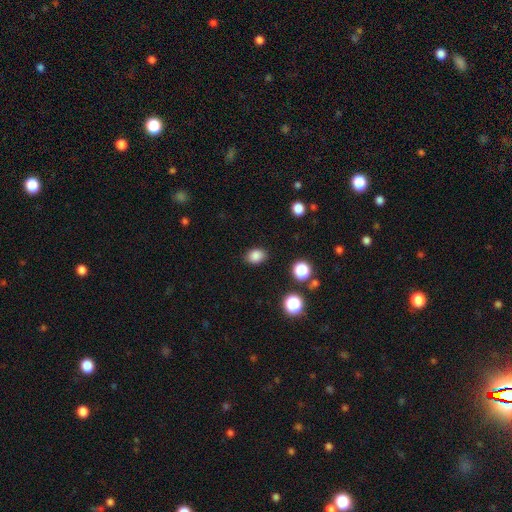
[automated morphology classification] This appears to be a smooth galaxy with no disk features (84%) that is in between round and cigar-shaped (65%). Merging: none (85%).